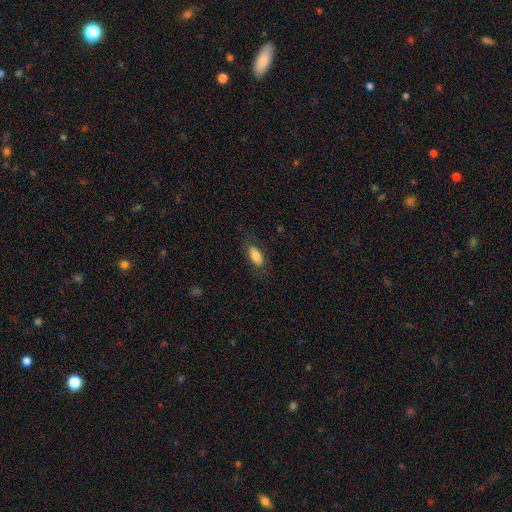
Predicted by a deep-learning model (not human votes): Overall: smooth (81%). How rounded: in between (90%). Merging: none (78%).